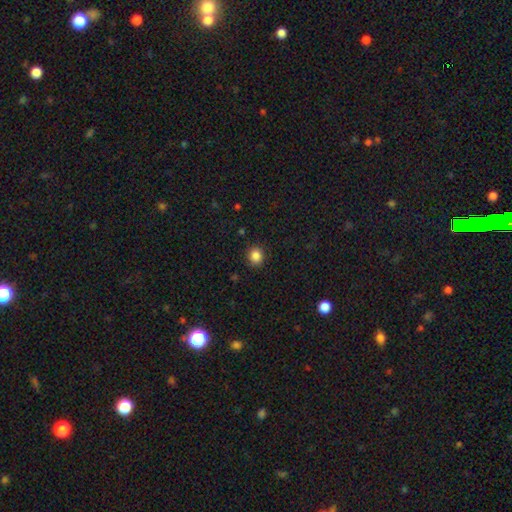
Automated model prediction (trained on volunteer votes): Smooth or featured? smooth (86%)
How rounded? round (76%)
Merging? none (90%)